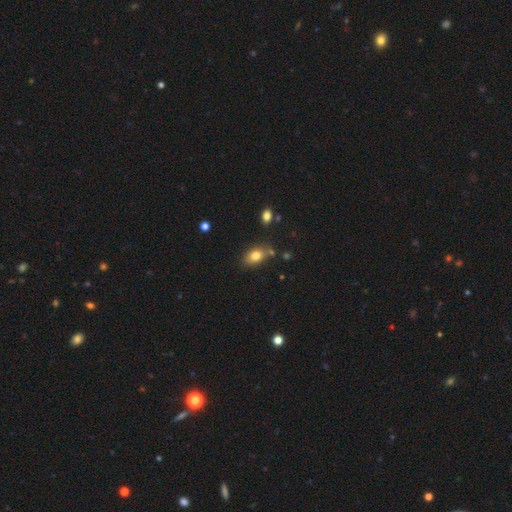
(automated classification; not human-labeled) Smooth or featured? Predicted: smooth (p=0.79). How rounded? Predicted: in between (p=0.83). Merging? Predicted: none (p=0.74).